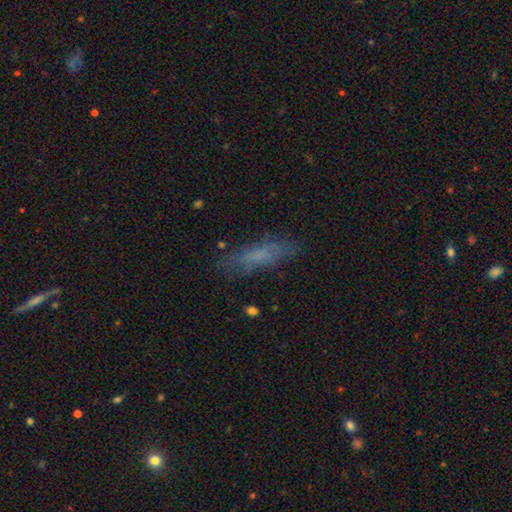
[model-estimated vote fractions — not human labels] This is possibly a smooth galaxy (60%). How rounded: likely cigar-shaped (68%). Merging: likely none (78%).